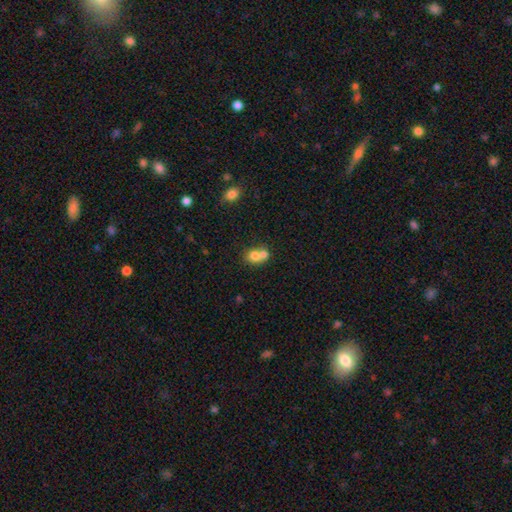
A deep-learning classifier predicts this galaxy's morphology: This is likely a smooth galaxy (74%). How rounded: likely round (65%). Merging: likely merger (64%).